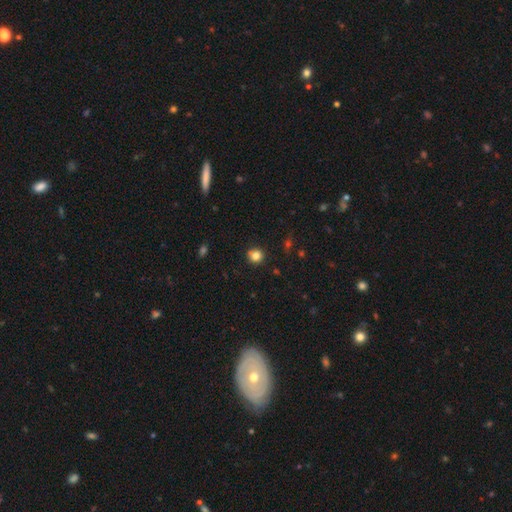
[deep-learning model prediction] Q: Smooth or featured?
A: smooth (82%); runner-up: star or artifact (12%)
Q: How rounded?
A: round (89%); runner-up: in between (10%)
Q: Merging?
A: none (85%); runner-up: minor disturbance (11%)